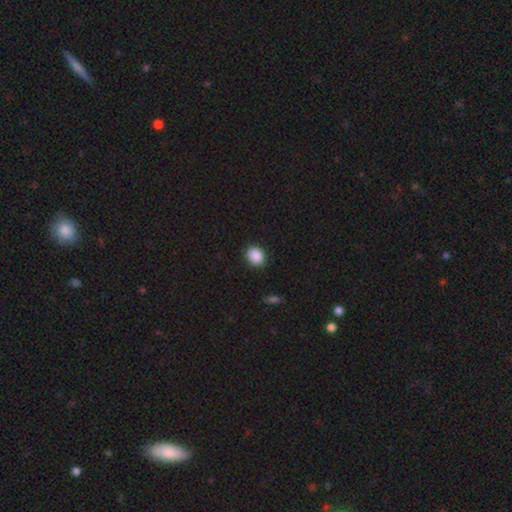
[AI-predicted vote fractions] Smooth or featured? Predicted: smooth (p=0.89). How rounded? Predicted: in between (p=0.54). Merging? Predicted: none (p=0.87).